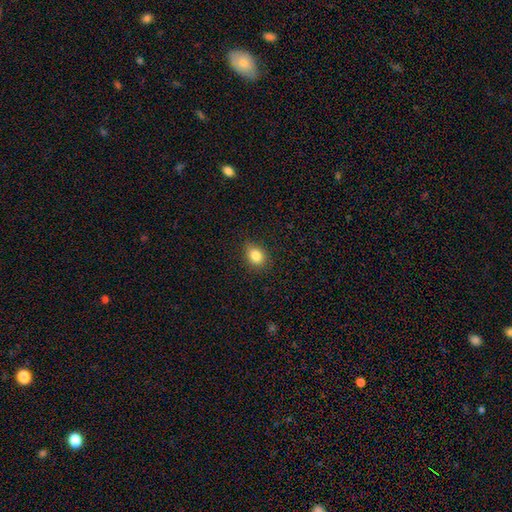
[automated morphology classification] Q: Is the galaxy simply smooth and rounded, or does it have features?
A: smooth — 84%.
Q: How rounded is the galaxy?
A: in between — 52%.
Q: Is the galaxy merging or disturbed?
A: none — 84%.